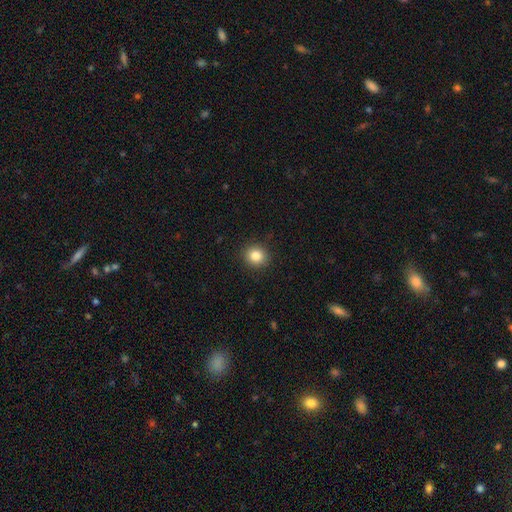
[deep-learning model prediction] Overall: smooth (84%). How rounded: round (85%). Merging: none (91%).